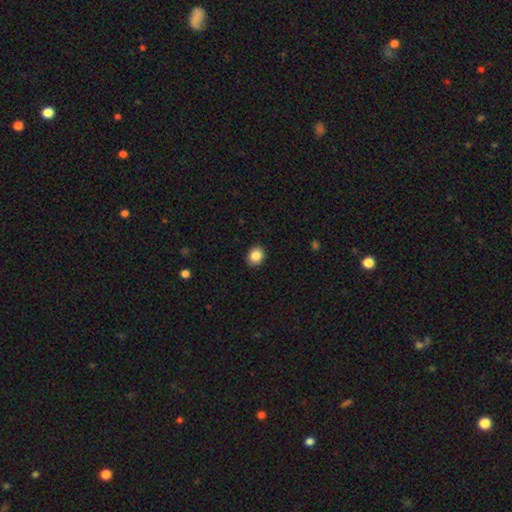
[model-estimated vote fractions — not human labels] Smooth or featured? smooth (87%)
How rounded? round (60%)
Merging? none (90%)